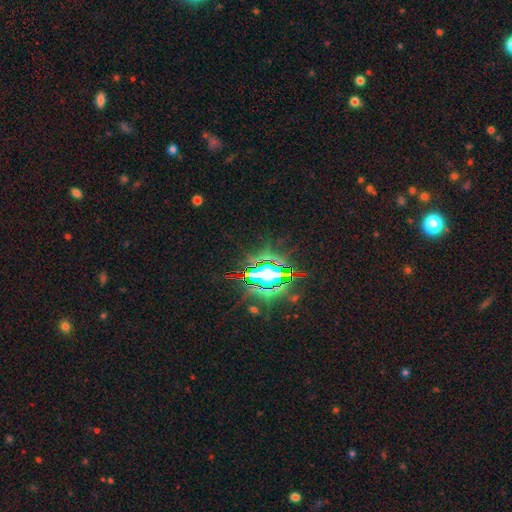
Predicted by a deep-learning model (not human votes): The model was most divided on "smooth or featured": star or artifact: 82%, smooth: 10%, featured or disk: 7%.